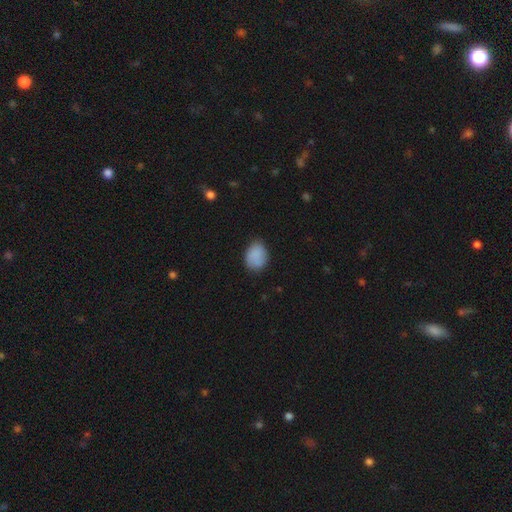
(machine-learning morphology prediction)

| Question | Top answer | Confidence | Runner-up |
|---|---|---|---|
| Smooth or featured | smooth | 87% | star or artifact (8%) |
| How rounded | in between | 65% | round (34%) |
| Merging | none | 75% | minor disturbance (20%) |